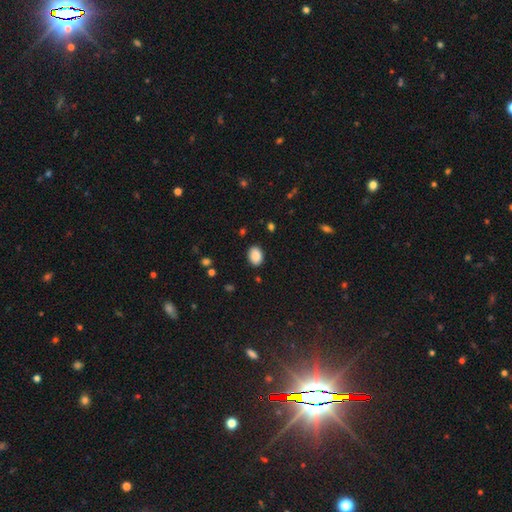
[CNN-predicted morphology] Smooth or featured? Predicted: smooth (p=0.89). How rounded? Predicted: in between (p=0.75). Merging? Predicted: none (p=0.88).